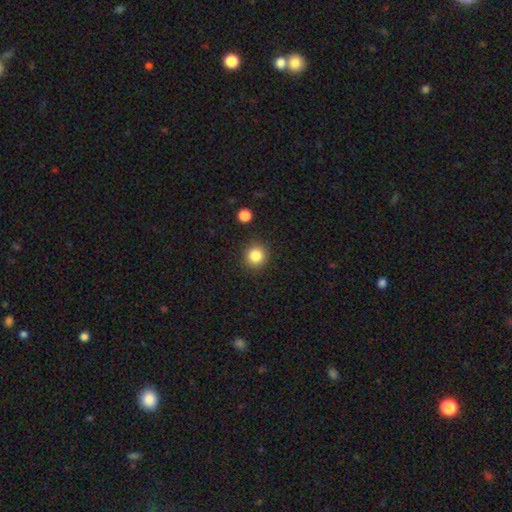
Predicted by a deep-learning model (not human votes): Smooth or featured? Predicted: smooth (p=0.84). How rounded? Predicted: round (p=0.90). Merging? Predicted: none (p=0.89).